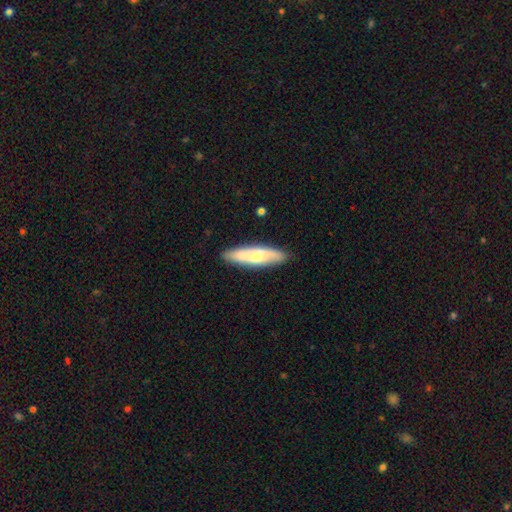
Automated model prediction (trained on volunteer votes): Smooth or featured? Predicted: smooth (p=0.62). How rounded? Predicted: cigar-shaped (p=0.72). Merging? Predicted: none (p=0.86).